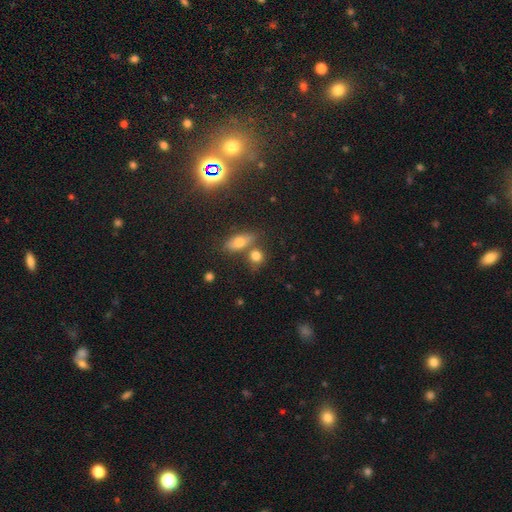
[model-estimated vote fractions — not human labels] The model was most divided on "how rounded": round: 60%, in between: 35%, cigar-shaped: 4%. More confident: smooth or featured — smooth (78%); merging — none (55%).